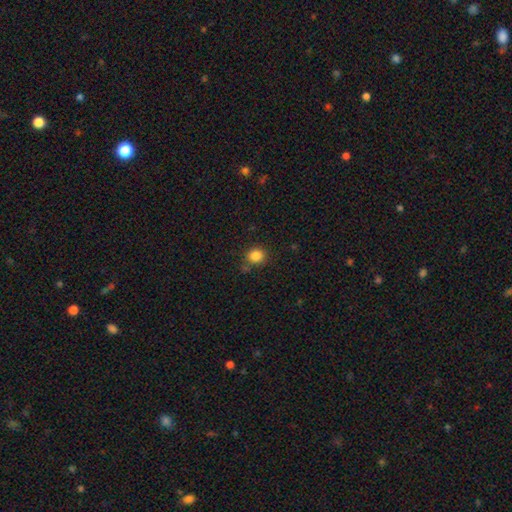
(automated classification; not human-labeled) A smooth galaxy with no disk features (85%) that is round (81%).

Vote fractions:
- Smooth or featured? smooth: 85% / star or artifact: 11% / featured or disk: 4%
- How rounded? round: 81% / in between: 18% / cigar-shaped: 1%
- Merging? none: 78% / minor disturbance: 12% / merger: 6% / major disturbance: 4%